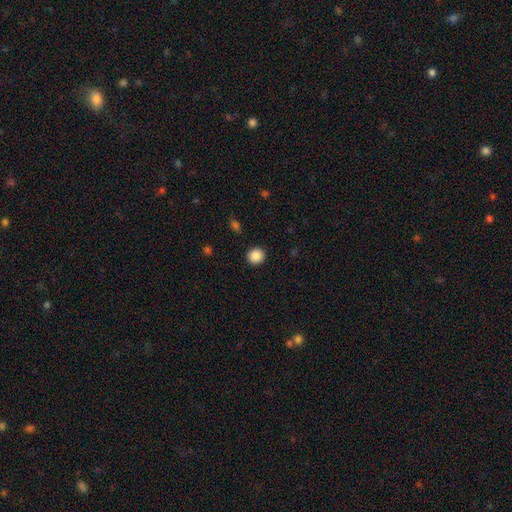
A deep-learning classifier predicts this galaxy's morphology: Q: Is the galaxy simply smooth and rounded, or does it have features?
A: smooth — 88%.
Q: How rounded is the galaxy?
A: round — 93%.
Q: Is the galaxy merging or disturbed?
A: none — 92%.